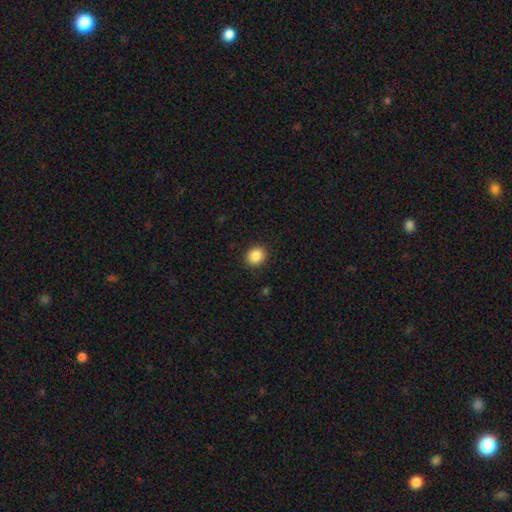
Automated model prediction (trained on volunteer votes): smooth_or_featured: smooth (p=0.87) [alt: star or artifact p=0.09]
how_rounded: round (p=0.78) [alt: in between p=0.21]
merging: none (p=0.90) [alt: minor disturbance p=0.07]